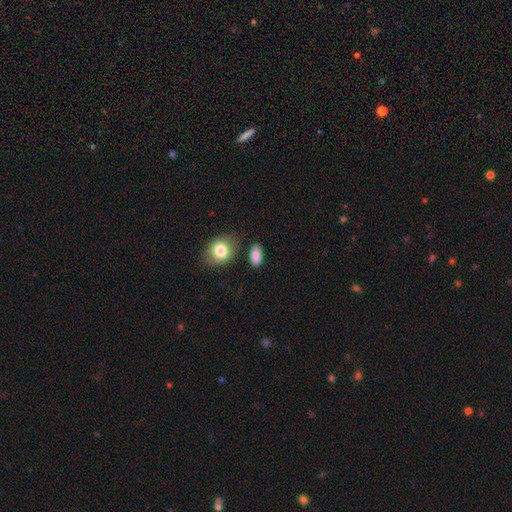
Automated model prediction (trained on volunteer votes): Smooth or featured? smooth (87%)
How rounded? in between (89%)
Merging? none (79%)